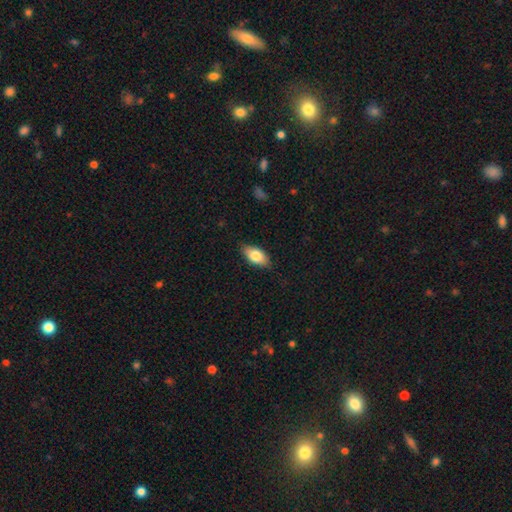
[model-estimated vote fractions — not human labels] A smooth galaxy with no disk features (78%) that is in between round and cigar-shaped (90%).

Vote fractions:
- Smooth or featured? smooth: 78% / featured or disk: 15% / star or artifact: 7%
- How rounded? in between: 90% / cigar-shaped: 6% / round: 4%
- Merging? none: 85% / minor disturbance: 12% / major disturbance: 2% / merger: 1%